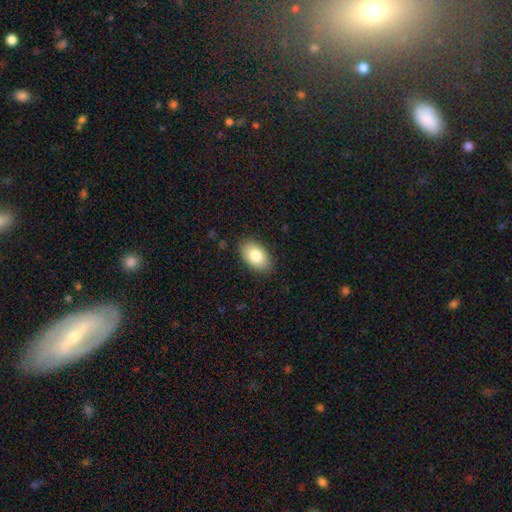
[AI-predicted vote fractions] smooth 82%, featured or disk 11%, star or artifact 7%. Down the decision tree: how rounded — in between (93%); merging — none (87%).